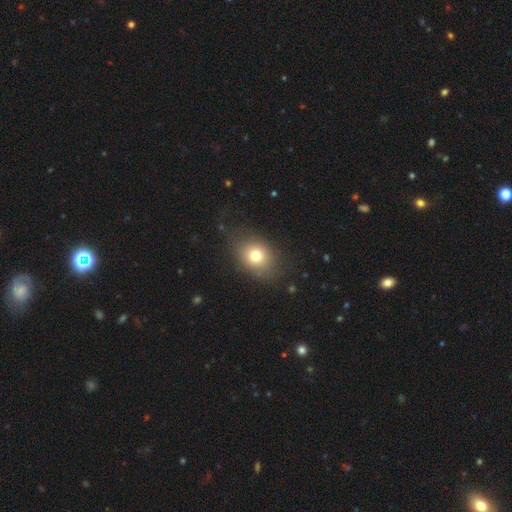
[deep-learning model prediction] smooth_or_featured: smooth (p=0.75) [alt: featured or disk p=0.13]
how_rounded: in between (p=0.51) [alt: round p=0.48]
merging: none (p=0.77) [alt: minor disturbance p=0.15]